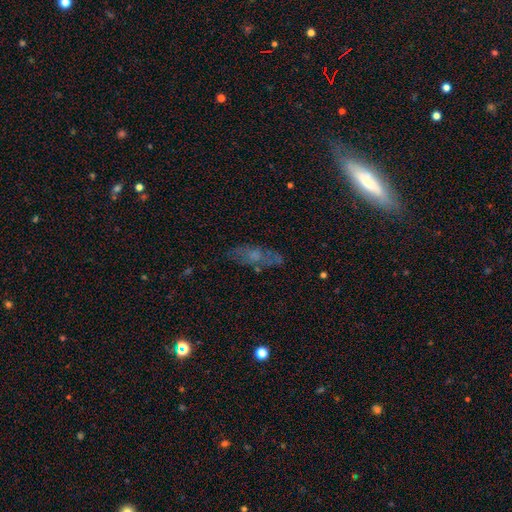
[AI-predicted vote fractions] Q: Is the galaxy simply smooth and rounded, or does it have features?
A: featured or disk — 44%.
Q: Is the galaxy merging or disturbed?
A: none — 70%.